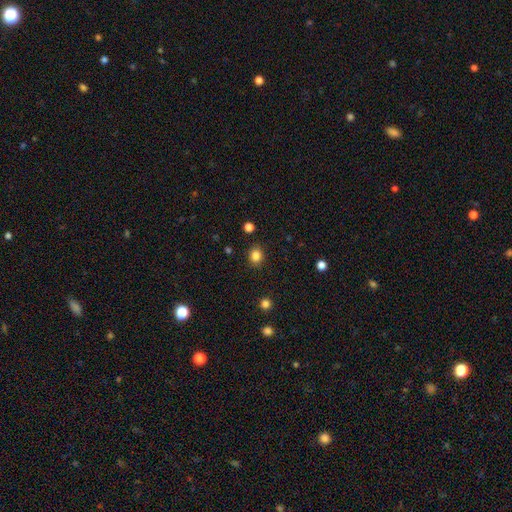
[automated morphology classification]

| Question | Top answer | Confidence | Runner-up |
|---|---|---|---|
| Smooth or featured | smooth | 84% | star or artifact (12%) |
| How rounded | round | 66% | in between (33%) |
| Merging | none | 89% | minor disturbance (8%) |